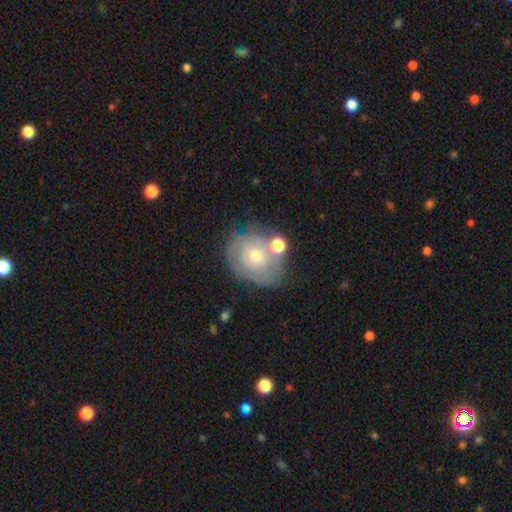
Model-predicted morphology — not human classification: The model was most divided on "smooth or featured": featured or disk: 50%, smooth: 41%, star or artifact: 9%. More confident: merging — none (56%).